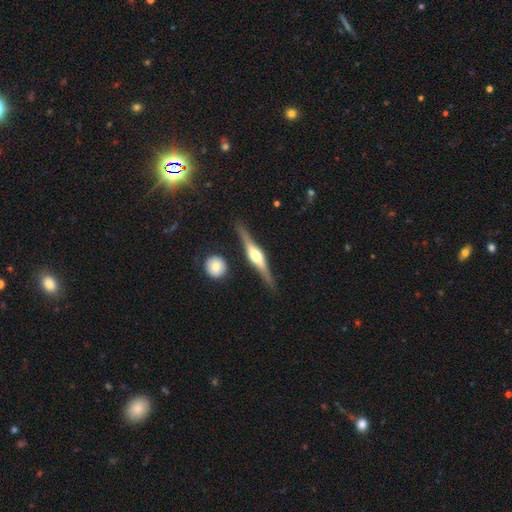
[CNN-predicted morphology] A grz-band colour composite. It shows a featured or disk galaxy (80%) viewed edge-on (97%) with a rounded central bulge (87%). Merging: none (85%).